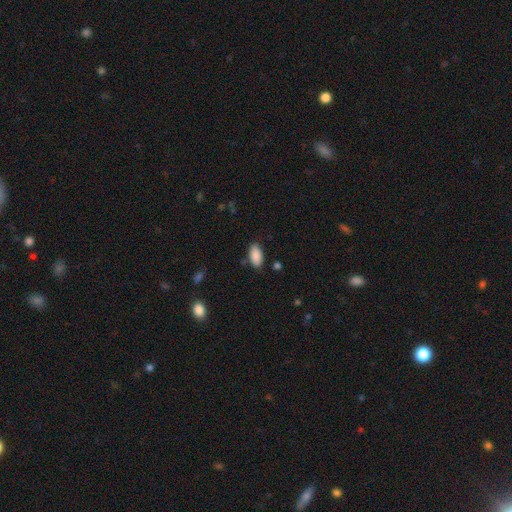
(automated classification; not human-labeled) smooth-or-featured: smooth: 89% | star or artifact: 7% | featured or disk: 4%
  how-rounded: in between: 93% | cigar-shaped: 5% | round: 2%
  merging: none: 82% | minor disturbance: 13% | major disturbance: 3% | merger: 2%